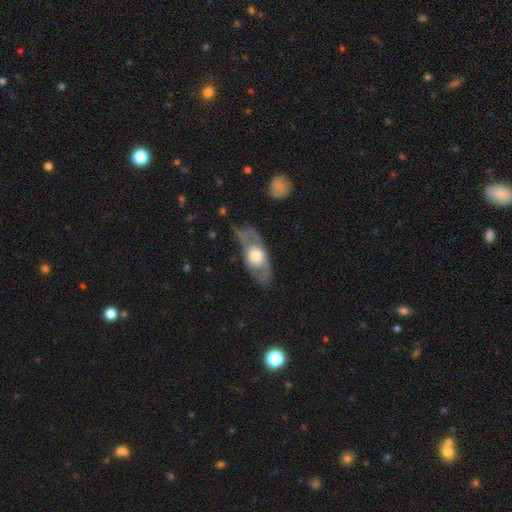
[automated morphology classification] This is likely a featured or disk galaxy (61%). It is likely not viewed edge-on (69%). Merging: likely none (64%).